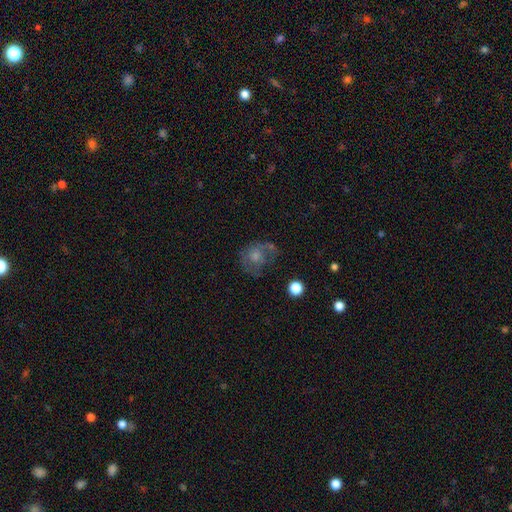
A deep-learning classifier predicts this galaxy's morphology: Smooth or featured: smooth — 49% (featured or disk — 40%)
Merging: none — 41% (major disturbance — 28%)